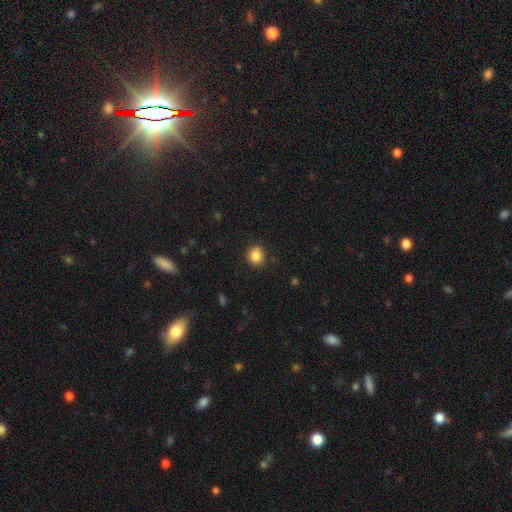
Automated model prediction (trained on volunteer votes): This is clearly a smooth galaxy (86%). How rounded: clearly round (81%). Merging: clearly none (88%).